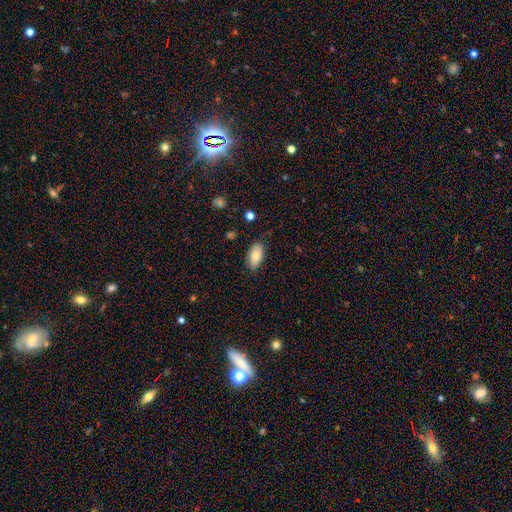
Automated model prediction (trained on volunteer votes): smooth_or_featured: smooth (p=0.80) [alt: featured or disk p=0.13]
how_rounded: in between (p=0.93) [alt: cigar-shaped p=0.04]
merging: none (p=0.82) [alt: minor disturbance p=0.15]